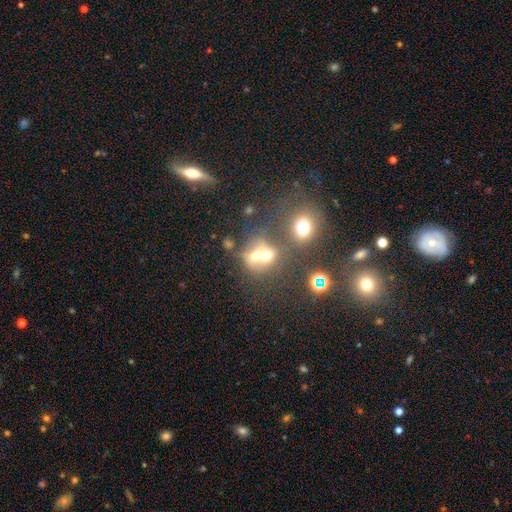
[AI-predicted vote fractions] Smooth or featured: smooth — 58% (featured or disk — 22%)
How rounded: round — 70% (in between — 29%)
Merging: merger — 59% (none — 28%)